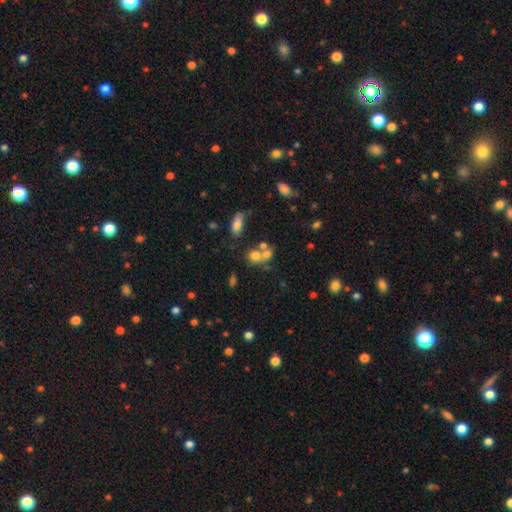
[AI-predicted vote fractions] A smooth galaxy with no disk features (67%) that is round (69%).

Vote fractions:
- Smooth or featured? smooth: 67% / featured or disk: 18% / star or artifact: 16%
- How rounded? round: 69% / in between: 29% / cigar-shaped: 2%
- Merging? merger: 49% / none: 37% / minor disturbance: 9% / major disturbance: 5%